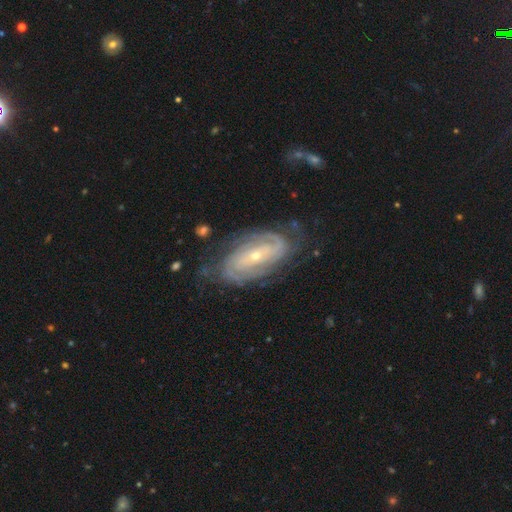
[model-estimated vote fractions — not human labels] Smooth or featured? Predicted: featured or disk (p=0.87). Edge-on disk? Predicted: no (p=0.95). Bar? Predicted: no (p=0.51). Spiral arms? Predicted: yes (p=0.95). Spiral winding? Predicted: tight (p=0.66). Spiral arm count? Predicted: 2 (p=0.40). Bulge size? Predicted: small (p=0.72). Merging? Predicted: none (p=0.70).